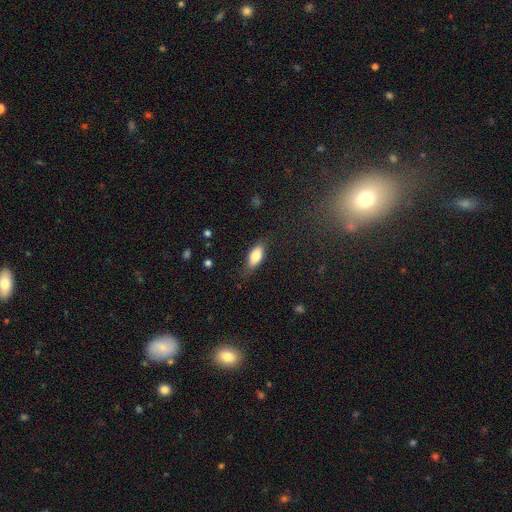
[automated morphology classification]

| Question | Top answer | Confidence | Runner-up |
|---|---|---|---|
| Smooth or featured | smooth | 81% | featured or disk (12%) |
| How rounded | in between | 83% | cigar-shaped (14%) |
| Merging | none | 75% | minor disturbance (19%) |